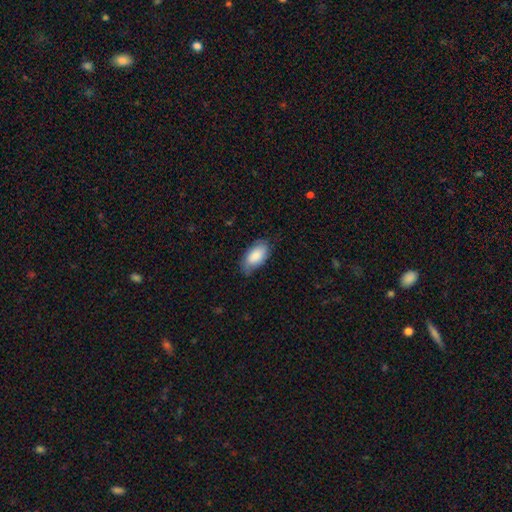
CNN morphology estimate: Q: Smooth or featured?
A: smooth (84%); runner-up: featured or disk (10%)
Q: How rounded?
A: in between (94%); runner-up: cigar-shaped (3%)
Q: Merging?
A: none (70%); runner-up: minor disturbance (24%)